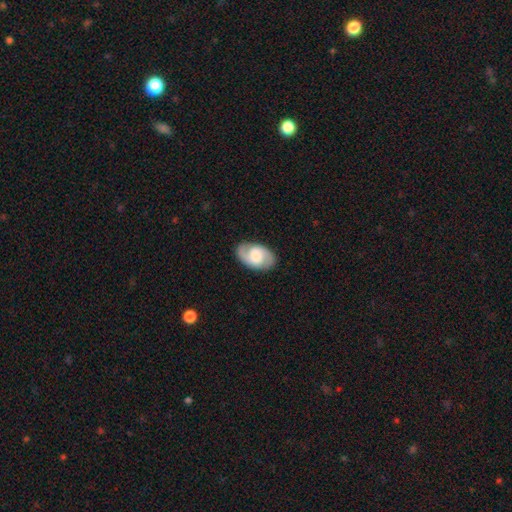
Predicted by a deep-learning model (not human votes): Smooth or featured?
  - featured or disk: 69% *
  - smooth: 26%
  - star or artifact: 6%
Edge-on disk?
  - no: 97% *
  - yes: 3%
Bar?
  - no: 46% *
  - weak: 43%
  - strong: 11%
Spiral arms?
  - yes: 90% *
  - no: 10%
Spiral winding?
  - medium: 50% *
  - tight: 31%
  - loose: 19%
Spiral arm count?
  - 2: 90% *
  - can't tell: 5%
  - 1: 2%
  - 3: 1%
  - 4: 1%
  - more than 4: 1%
Bulge size?
  - moderate: 43% *
  - large: 26%
  - small: 21%
  - none: 7%
  - dominant: 3%
Merging?
  - none: 86% *
  - minor disturbance: 10%
  - major disturbance: 3%
  - merger: 1%